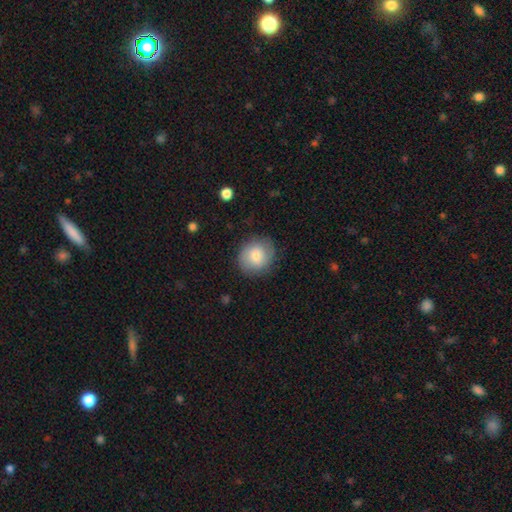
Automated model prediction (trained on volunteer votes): smooth 79%, featured or disk 14%, star or artifact 7%. Down the decision tree: how rounded — round (81%); merging — none (82%).